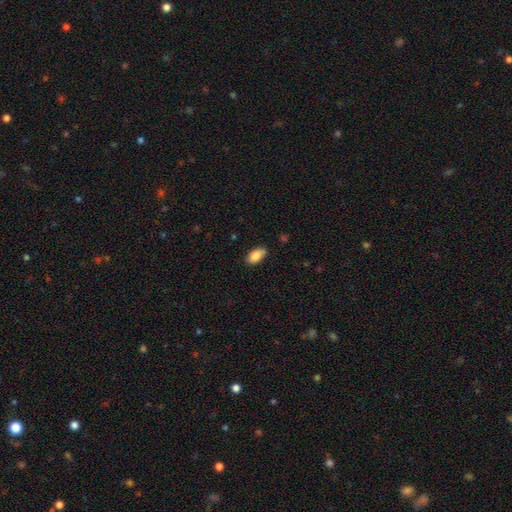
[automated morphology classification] smooth_or_featured: smooth (p=0.85) [alt: featured or disk p=0.08]
how_rounded: in between (p=0.93) [alt: cigar-shaped p=0.04]
merging: none (p=0.83) [alt: minor disturbance p=0.13]